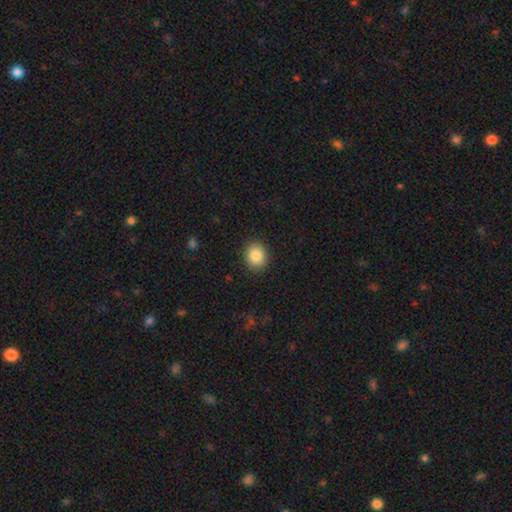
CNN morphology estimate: A smooth galaxy with no disk features (86%) that is round (67%).

Vote fractions:
- Smooth or featured? smooth: 86% / star or artifact: 9% / featured or disk: 5%
- How rounded? round: 67% / in between: 32% / cigar-shaped: 1%
- Merging? none: 90% / minor disturbance: 7% / major disturbance: 2% / merger: 1%